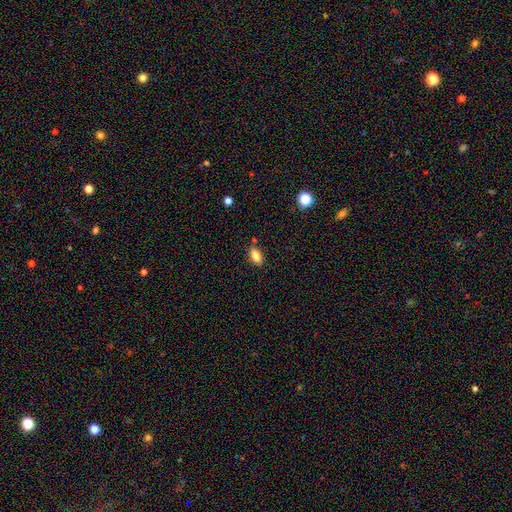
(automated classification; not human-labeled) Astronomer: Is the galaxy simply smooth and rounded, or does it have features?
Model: smooth — 83%.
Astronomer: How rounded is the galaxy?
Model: in between — 88%.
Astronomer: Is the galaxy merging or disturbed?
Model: none — 80%.